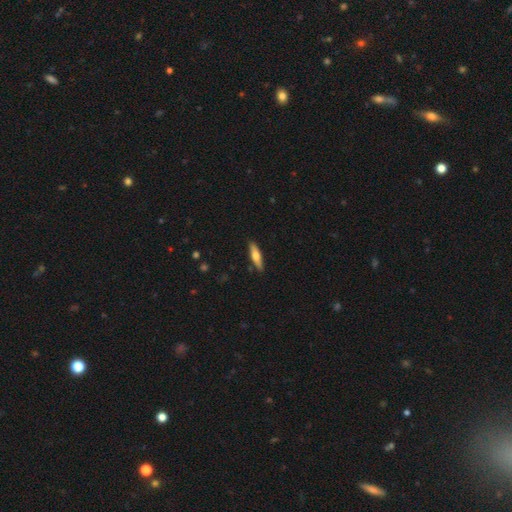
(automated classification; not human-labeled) This is possibly a smooth galaxy (58%). How rounded: likely cigar-shaped (72%). Merging: clearly none (88%).